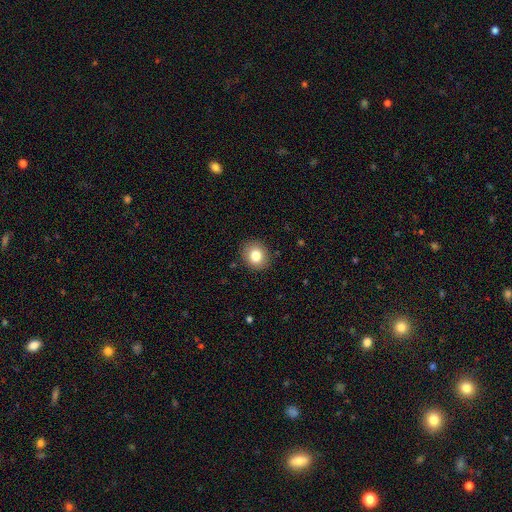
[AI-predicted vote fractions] smooth 81%, star or artifact 10%, featured or disk 9%. Down the decision tree: how rounded — round (76%); merging — none (89%).